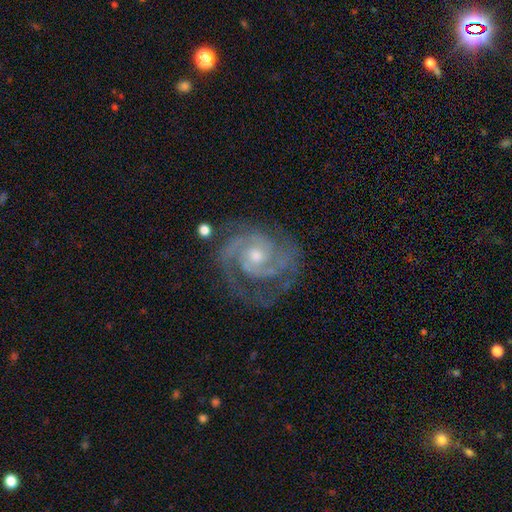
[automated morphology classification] Smooth or featured?
  - featured or disk: 92% *
  - star or artifact: 5%
  - smooth: 3%
Edge-on disk?
  - no: 98% *
  - yes: 2%
Bar?
  - no: 65% *
  - weak: 27%
  - strong: 7%
Spiral arms?
  - yes: 98% *
  - no: 2%
Spiral winding?
  - tight: 61% *
  - medium: 35%
  - loose: 4%
Spiral arm count?
  - 2: 69% *
  - 3: 17%
  - can't tell: 6%
  - 1: 3%
  - 4: 3%
  - more than 4: 3%
Bulge size?
  - moderate: 53% *
  - small: 42%
  - large: 2%
  - none: 1%
  - dominant: 1%
Merging?
  - none: 72% *
  - minor disturbance: 17%
  - major disturbance: 8%
  - merger: 2%